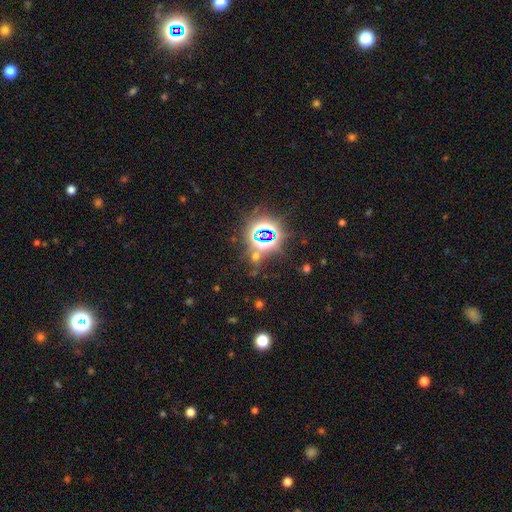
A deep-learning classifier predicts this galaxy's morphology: Q: Smooth or featured?
A: star or artifact (73%); runner-up: smooth (20%)